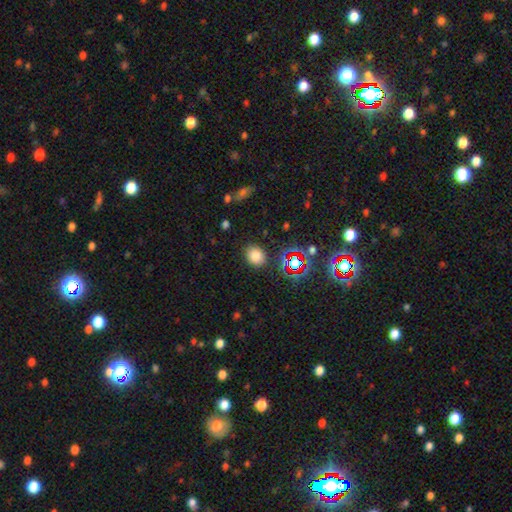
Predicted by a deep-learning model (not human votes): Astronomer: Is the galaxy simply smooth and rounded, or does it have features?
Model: smooth — 74%.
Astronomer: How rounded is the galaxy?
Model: round — 59% (runner-up: in between, 40%).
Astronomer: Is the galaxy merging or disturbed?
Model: none — 85%.